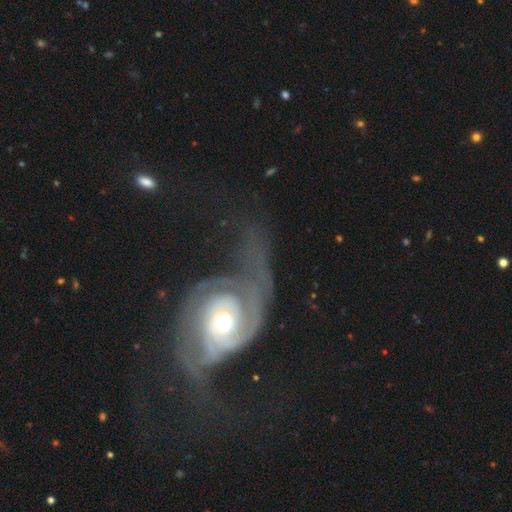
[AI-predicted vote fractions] Morphology: type=featured or disk (86%); edge-on=no (97%); bar=no (66%); spiral arms=yes (94%); winding=tight (42%); arm count=2 (65%); bulge=moderate (63%); merging=major disturbance (40%).